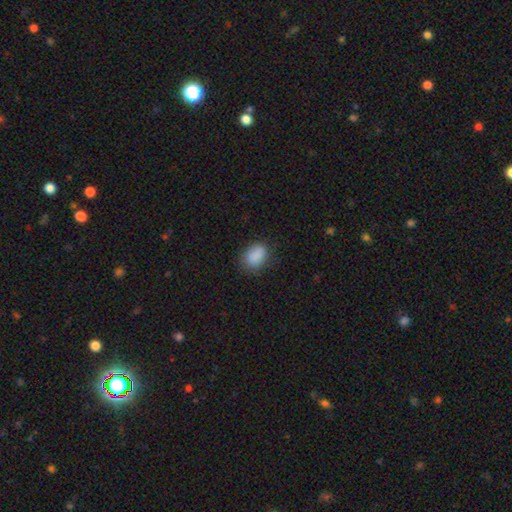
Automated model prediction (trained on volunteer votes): A smooth galaxy with no disk features (88%) that is in between round and cigar-shaped (78%). Merging: none (79%).